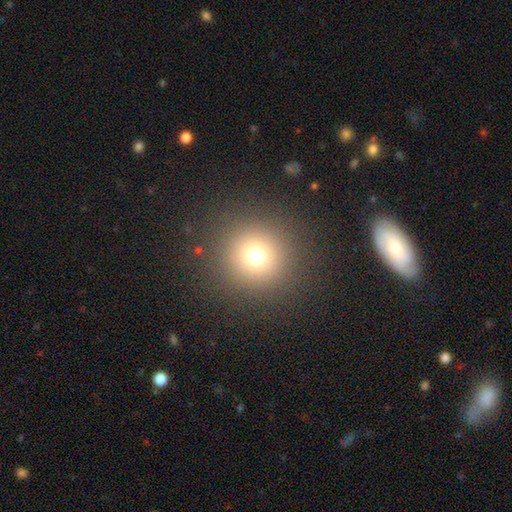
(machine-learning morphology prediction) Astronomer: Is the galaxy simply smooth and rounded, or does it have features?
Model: smooth — 70%.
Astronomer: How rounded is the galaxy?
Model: round — 95%.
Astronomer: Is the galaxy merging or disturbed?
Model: none — 89%.